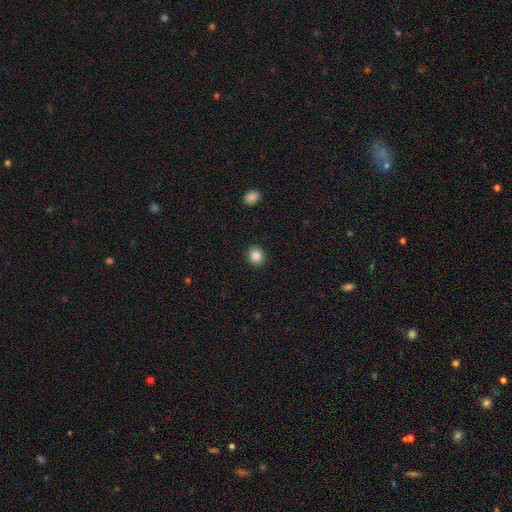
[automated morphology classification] Q: Smooth or featured?
A: smooth (85%); runner-up: star or artifact (10%)
Q: How rounded?
A: round (81%); runner-up: in between (18%)
Q: Merging?
A: none (92%); runner-up: minor disturbance (6%)